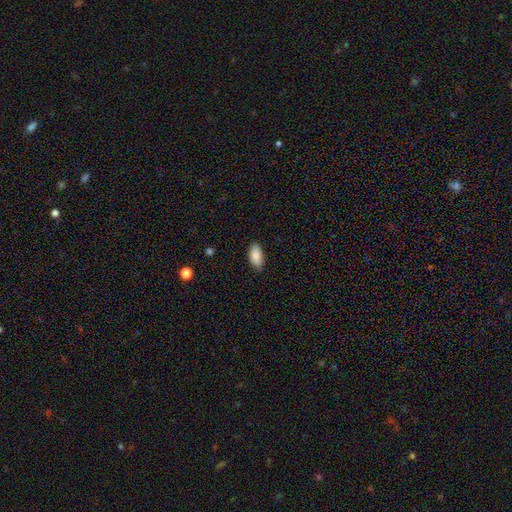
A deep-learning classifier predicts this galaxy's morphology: Smooth or featured: smooth — 88% (star or artifact — 6%)
How rounded: in between — 91% (cigar-shaped — 7%)
Merging: none — 85% (minor disturbance — 11%)